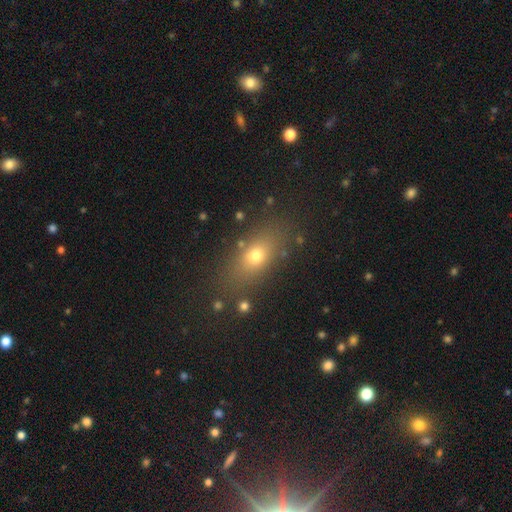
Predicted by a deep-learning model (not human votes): Smooth or featured?
  - smooth: 69% *
  - featured or disk: 16%
  - star or artifact: 15%
How rounded?
  - in between: 69% *
  - round: 17%
  - cigar-shaped: 14%
Merging?
  - none: 81% *
  - minor disturbance: 11%
  - major disturbance: 5%
  - merger: 3%